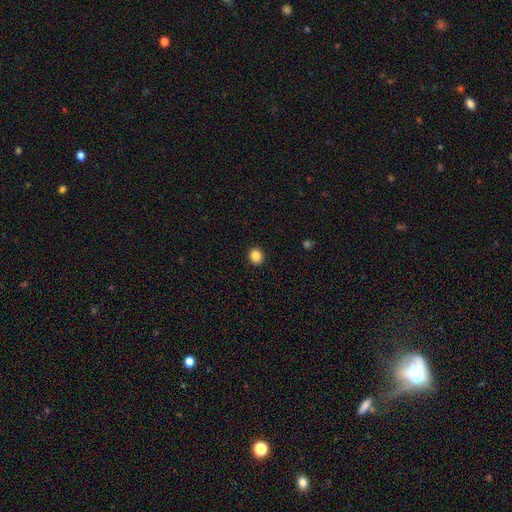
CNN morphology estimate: smooth_or_featured: smooth (p=0.87) [alt: star or artifact p=0.10]
how_rounded: round (p=0.74) [alt: in between p=0.26]
merging: none (p=0.91) [alt: minor disturbance p=0.06]